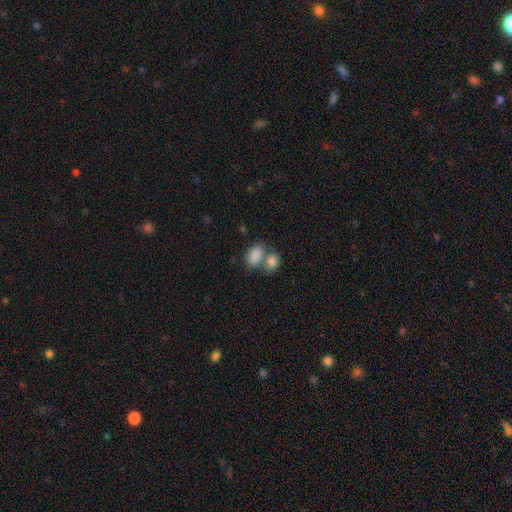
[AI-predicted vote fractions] smooth-or-featured: smooth: 85% | star or artifact: 8% | featured or disk: 8%
  how-rounded: in between: 87% | round: 12% | cigar-shaped: 1%
  merging: merger: 53% | none: 33% | minor disturbance: 10% | major disturbance: 5%